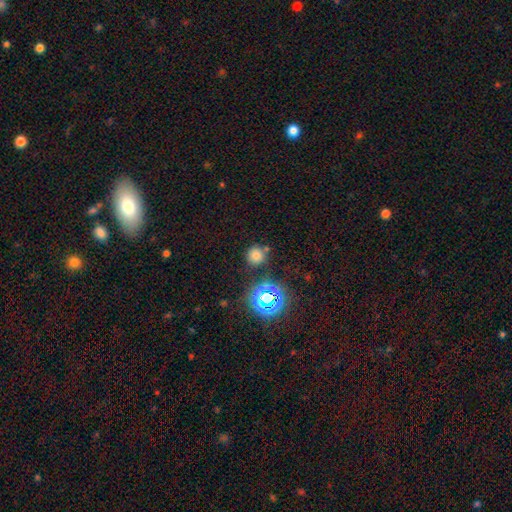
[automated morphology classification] Smooth or featured: smooth — 67% (star or artifact — 26%)
How rounded: round — 91% (in between — 8%)
Merging: none — 78% (minor disturbance — 11%)